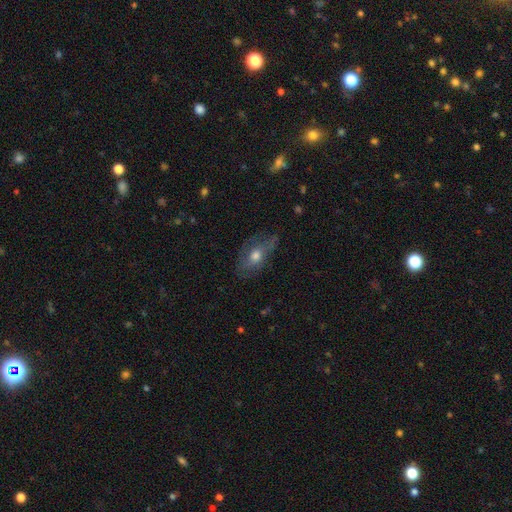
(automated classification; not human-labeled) The model was most divided on "smooth or featured": featured or disk: 49%, smooth: 42%, star or artifact: 9%. More confident: merging — none (59%).